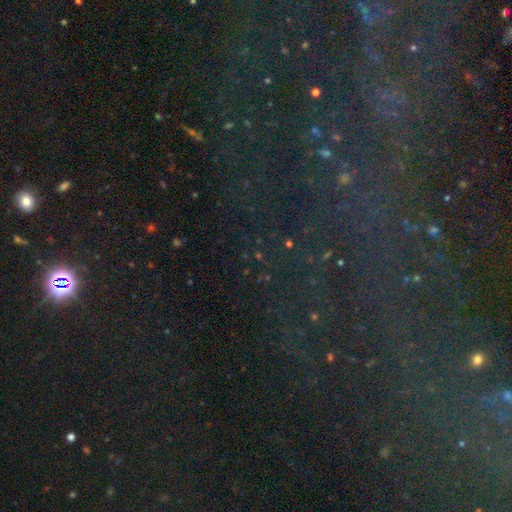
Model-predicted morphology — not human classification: star or artifact 80%, smooth 11%, featured or disk 9%.